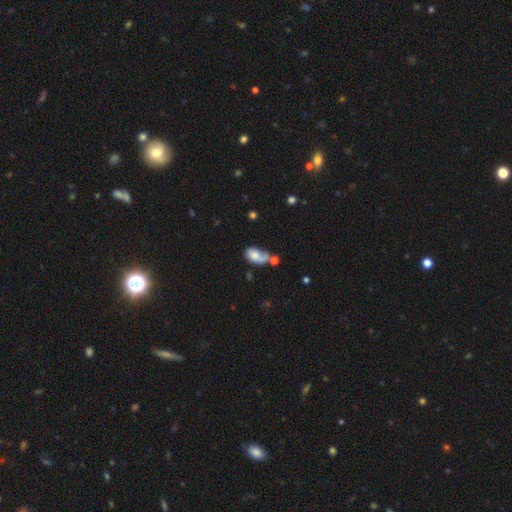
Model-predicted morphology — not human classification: This is likely a smooth galaxy (61%). How rounded: clearly in between (89%). Merging: marginally merger (31%).